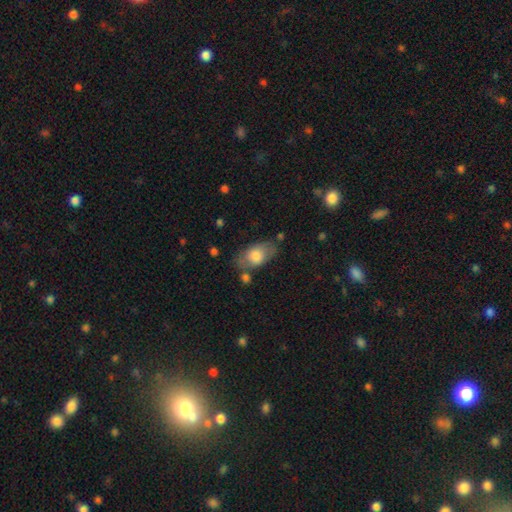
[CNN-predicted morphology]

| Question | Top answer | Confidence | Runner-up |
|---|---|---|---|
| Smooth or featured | smooth | 71% | featured or disk (22%) |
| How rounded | in between | 90% | round (7%) |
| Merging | none | 61% | minor disturbance (22%) |